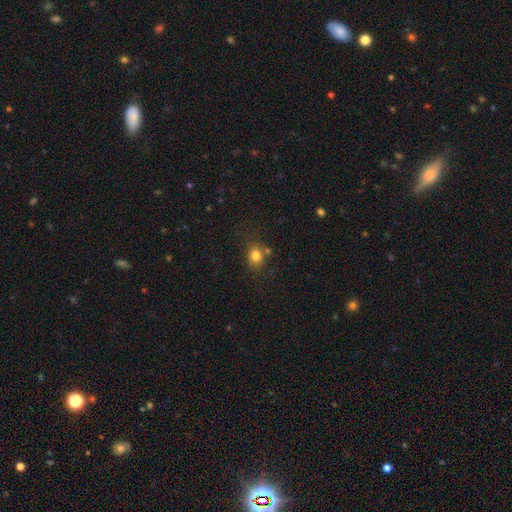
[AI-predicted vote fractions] A smooth galaxy with no disk features (81%) that is round (57%). Merging: none (70%).